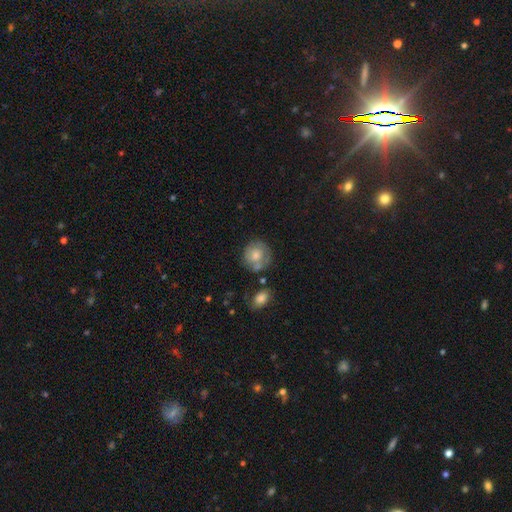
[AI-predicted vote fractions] Morphology: type=smooth (62%); roundness=round (85%); merging=none (60%).